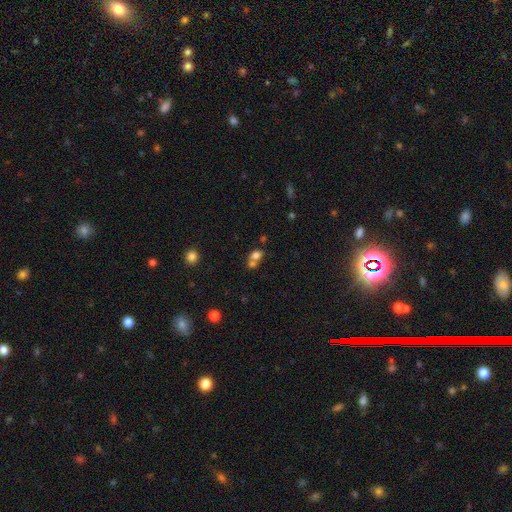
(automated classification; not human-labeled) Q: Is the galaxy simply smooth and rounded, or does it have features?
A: smooth — 75%.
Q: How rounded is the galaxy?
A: in between — 51%.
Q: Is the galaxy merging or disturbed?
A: merger — 57%.